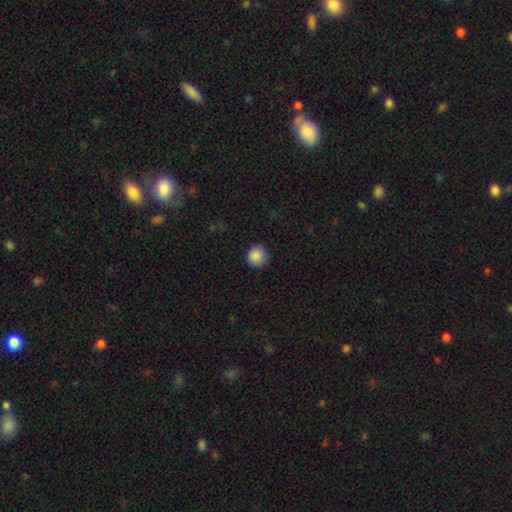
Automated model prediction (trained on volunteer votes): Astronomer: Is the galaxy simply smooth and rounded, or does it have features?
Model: smooth — 88%.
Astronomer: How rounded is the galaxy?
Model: round — 94%.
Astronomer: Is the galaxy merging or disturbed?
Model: none — 87%.